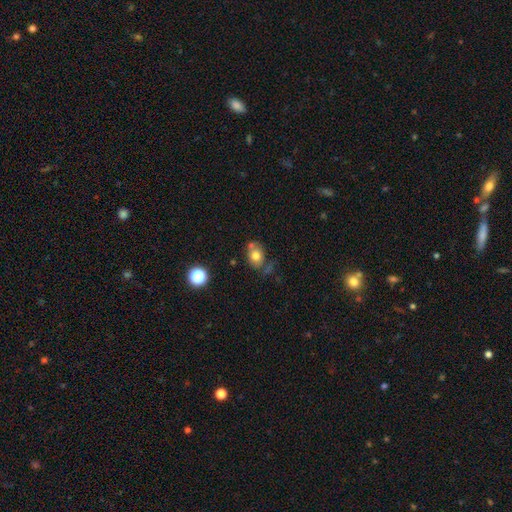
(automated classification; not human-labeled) Overall: smooth (71%). How rounded: in between (58%; round 41%). Merging: none (54%; minor disturbance 20%).